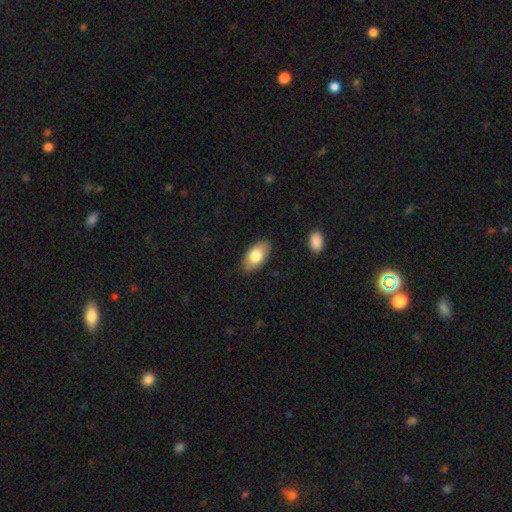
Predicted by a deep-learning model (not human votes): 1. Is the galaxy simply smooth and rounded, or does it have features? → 78% smooth, 16% featured or disk, 6% star or artifact.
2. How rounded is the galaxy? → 94% in between, 4% round, 2% cigar-shaped.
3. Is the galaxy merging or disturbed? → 86% none, 11% minor disturbance, 2% major disturbance, 1% merger.